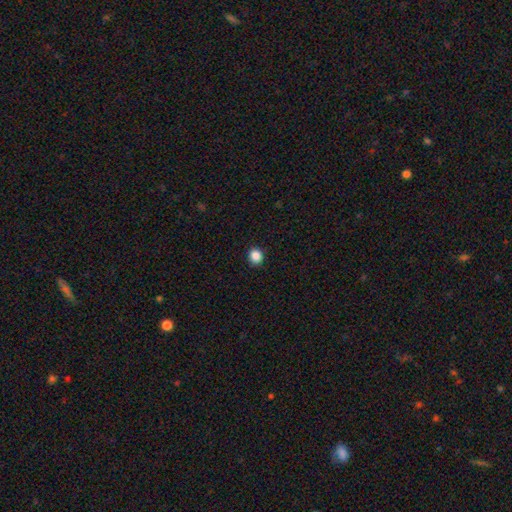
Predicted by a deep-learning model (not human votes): Smooth or featured? smooth (87%)
How rounded? round (82%)
Merging? none (92%)